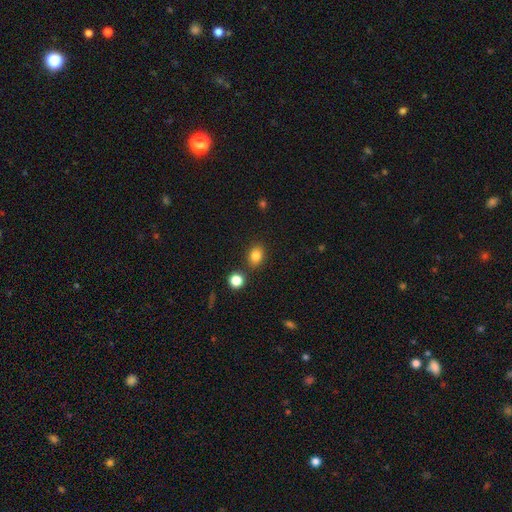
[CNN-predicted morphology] smooth 83%, star or artifact 11%, featured or disk 5%. Down the decision tree: how rounded — in between (53%); merging — none (81%).